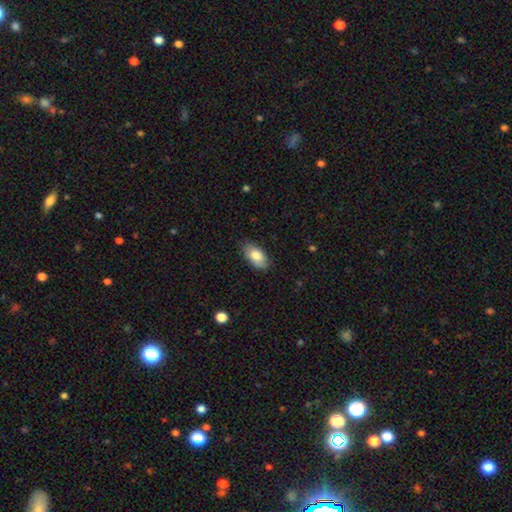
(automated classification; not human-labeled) Smooth or featured?
  - smooth: 79% *
  - featured or disk: 15%
  - star or artifact: 6%
How rounded?
  - in between: 93% *
  - round: 4%
  - cigar-shaped: 3%
Merging?
  - none: 80% *
  - minor disturbance: 16%
  - major disturbance: 3%
  - merger: 1%